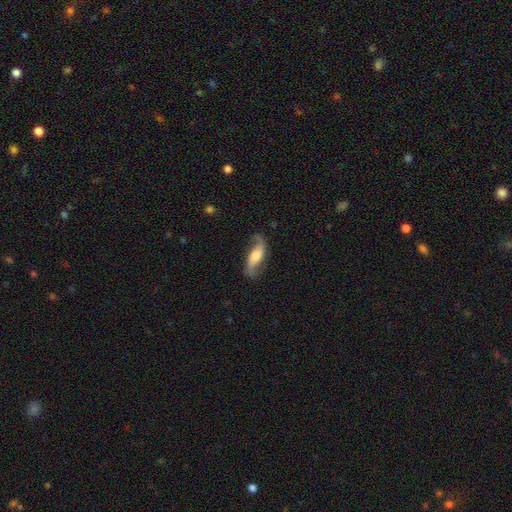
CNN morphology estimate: Overall: featured or disk (71%). Edge-on disk: no (86%). Bar: no (49%; weak 33%). Spiral arms: yes (92%). Spiral arm count: 2 (91%). Spiral winding: loose (76%). Bulge size: moderate (52%; small 21%). Merging: none (74%).